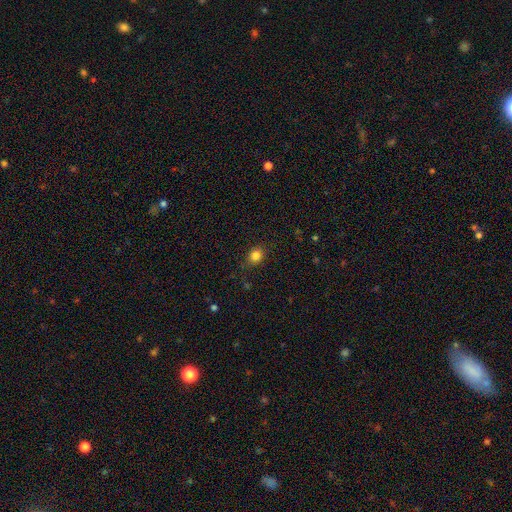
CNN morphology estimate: smooth-or-featured: smooth: 83% | star or artifact: 12% | featured or disk: 5%
  how-rounded: round: 62% | in between: 37% | cigar-shaped: 1%
  merging: none: 85% | minor disturbance: 11% | major disturbance: 3% | merger: 1%